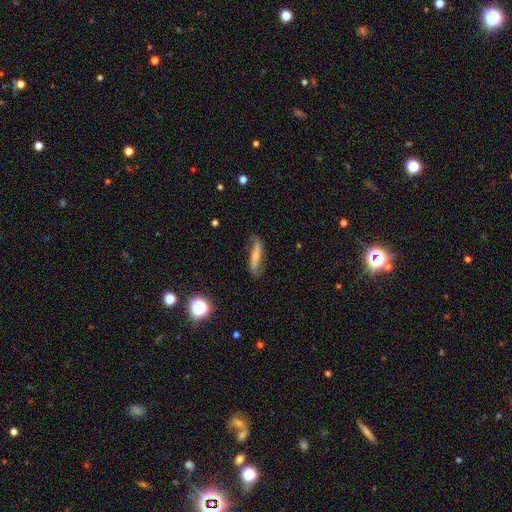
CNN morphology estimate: This appears to be a featured or disk galaxy (50%). Merging: none (69%).